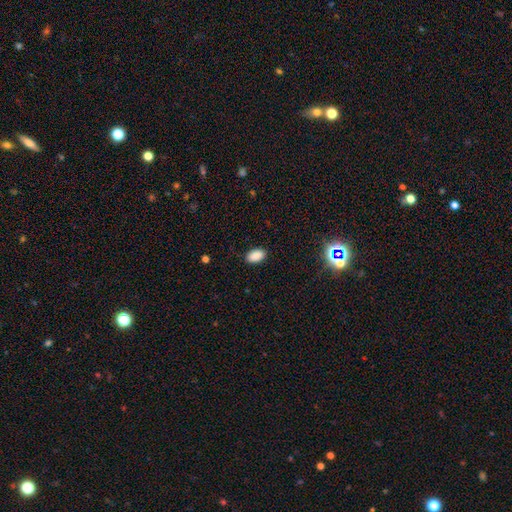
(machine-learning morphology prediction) Overall: smooth (88%). How rounded: in between (92%). Merging: none (88%).